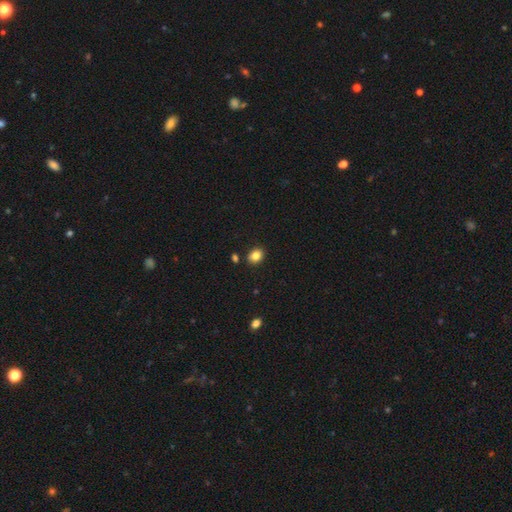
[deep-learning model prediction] This is clearly a smooth galaxy (84%). How rounded: possibly in between (54%). Merging: clearly none (85%).